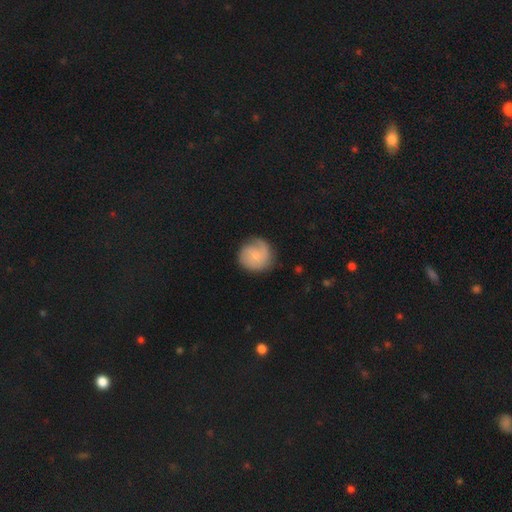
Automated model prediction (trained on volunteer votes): Smooth or featured? smooth (48%)
Merging? none (71%)